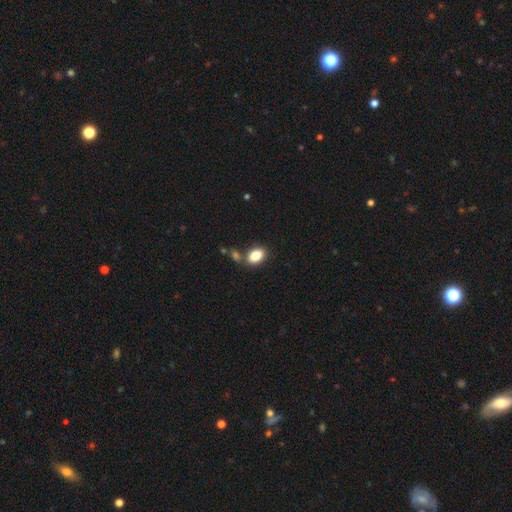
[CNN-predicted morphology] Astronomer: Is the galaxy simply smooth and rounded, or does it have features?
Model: smooth — 84%.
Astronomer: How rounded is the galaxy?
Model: in between — 86%.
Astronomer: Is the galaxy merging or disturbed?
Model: none — 70%.